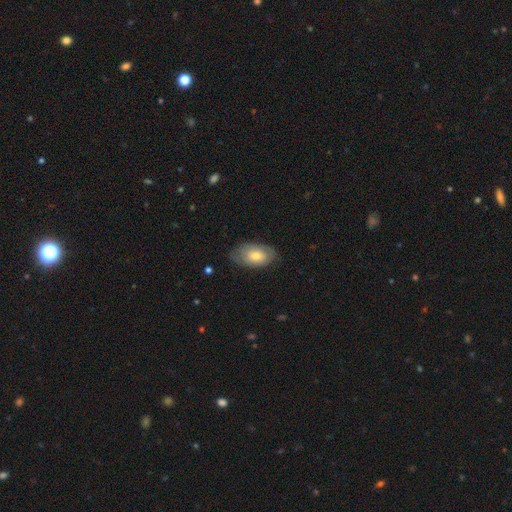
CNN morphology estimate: type=smooth (61%); roundness=in between (93%); merging=none (74%).